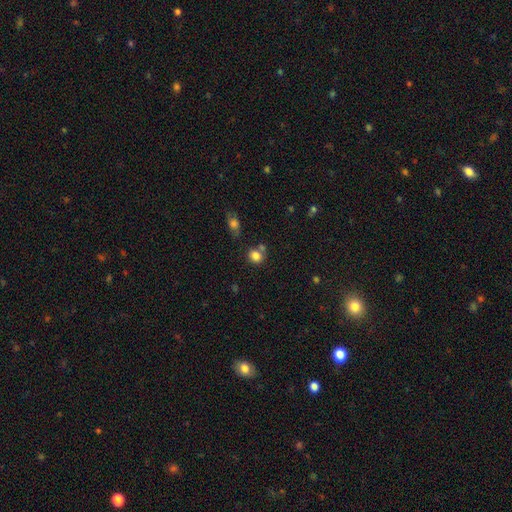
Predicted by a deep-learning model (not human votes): A smooth galaxy with no disk features (82%) that is round (74%). Merging: none (63%).